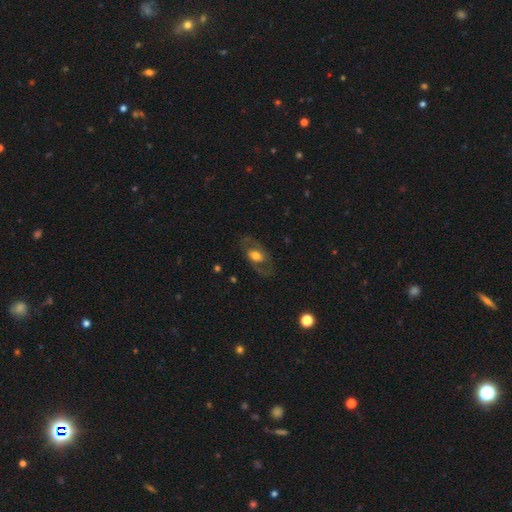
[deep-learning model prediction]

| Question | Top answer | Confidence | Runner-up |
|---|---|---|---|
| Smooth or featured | featured or disk | 56% | smooth (37%) |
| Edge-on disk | no | 90% | yes (10%) |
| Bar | no | 61% | weak (28%) |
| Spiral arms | yes | 56% | no (44%) |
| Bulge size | moderate | 54% | large (32%) |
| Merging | none | 73% | minor disturbance (15%) |